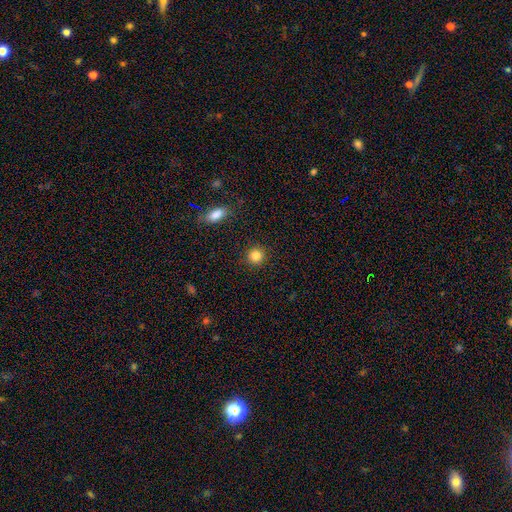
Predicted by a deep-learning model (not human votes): The model was most divided on "smooth or featured": smooth: 83%, star or artifact: 11%, featured or disk: 5%. More confident: how rounded — round (92%); merging — none (91%).